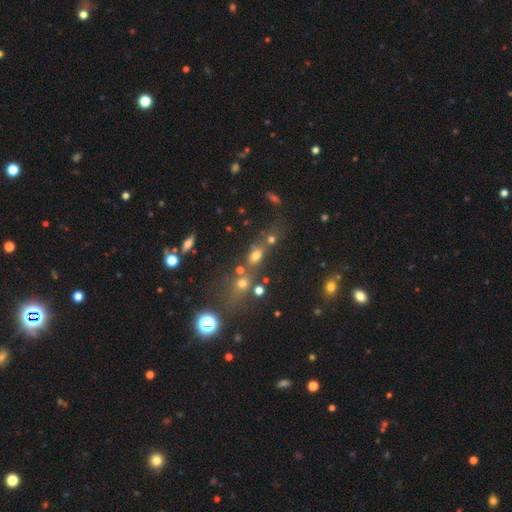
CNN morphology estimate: Smooth or featured? Predicted: smooth (p=0.59). How rounded? Predicted: round (p=0.47). Merging? Predicted: none (p=0.47).